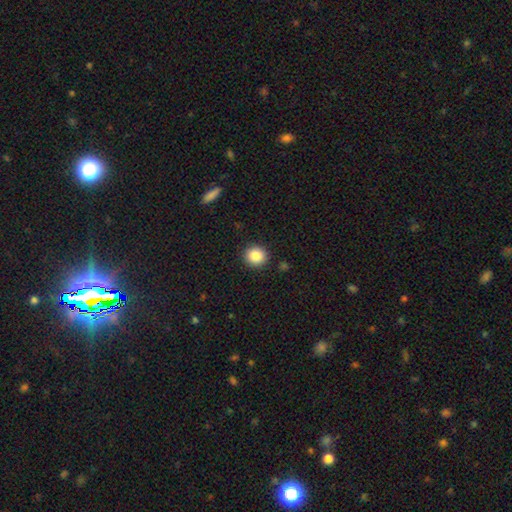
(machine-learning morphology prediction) type=smooth (86%); roundness=round (89%); merging=none (91%).